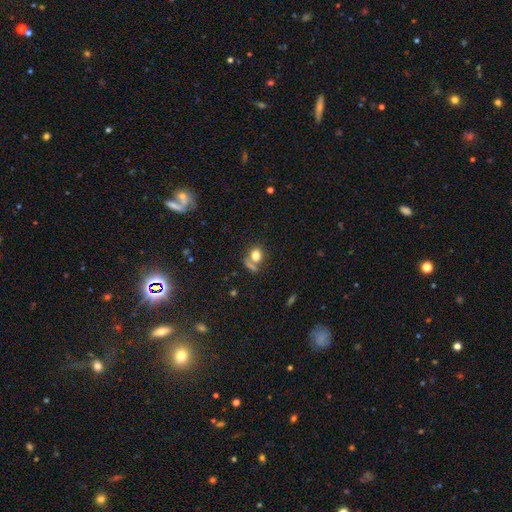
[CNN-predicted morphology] The model was most divided on "how rounded": round: 54%, in between: 43%, cigar-shaped: 2%. More confident: smooth or featured — smooth (76%); merging — none (53%).